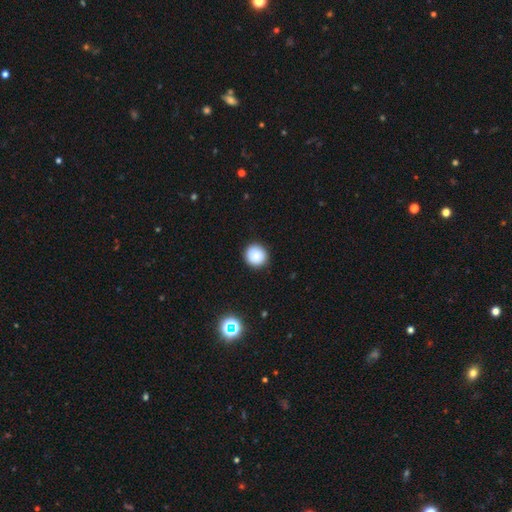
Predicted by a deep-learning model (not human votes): smooth_or_featured: smooth (p=0.87) [alt: star or artifact p=0.09]
how_rounded: round (p=0.93) [alt: in between p=0.06]
merging: none (p=0.91) [alt: minor disturbance p=0.06]